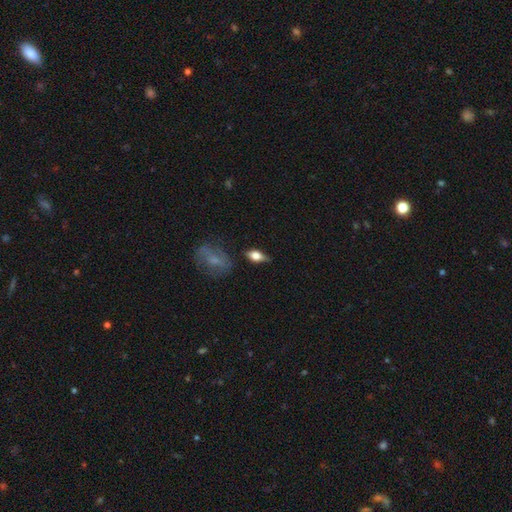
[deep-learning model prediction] Morphology: type=smooth (56%); roundness=in between (76%); merging=none (74%).